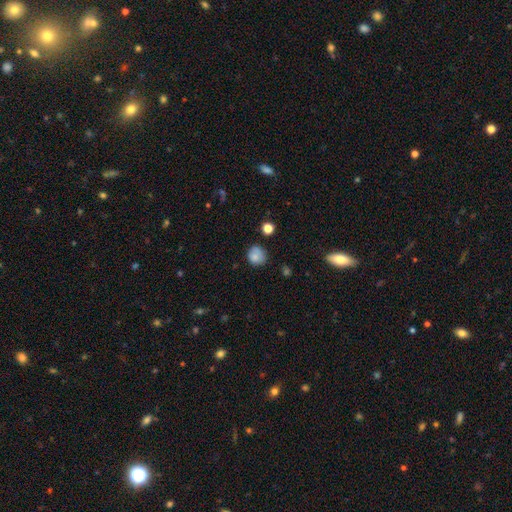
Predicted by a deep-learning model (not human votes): Smooth or featured?
  - smooth: 81% *
  - star or artifact: 10%
  - featured or disk: 8%
How rounded?
  - round: 80% *
  - in between: 19%
  - cigar-shaped: 1%
Merging?
  - none: 66% *
  - minor disturbance: 24%
  - major disturbance: 6%
  - merger: 4%